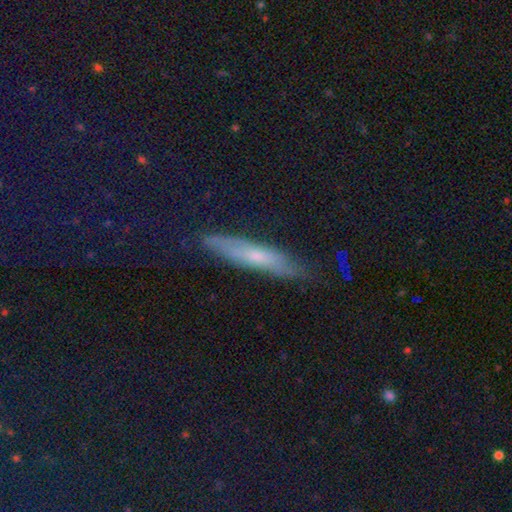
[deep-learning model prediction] Morphology: type=featured or disk (44%); merging=none (79%).